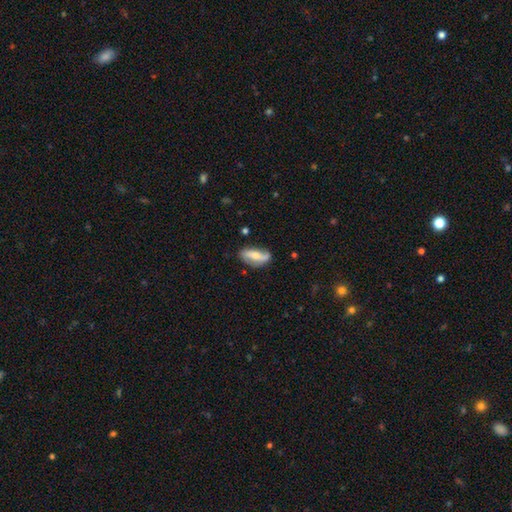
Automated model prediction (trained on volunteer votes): Morphology: type=featured or disk (55%); edge-on=no (80%); merging=none (71%).